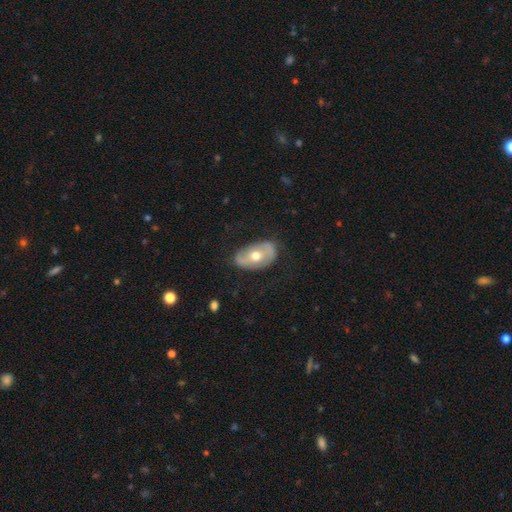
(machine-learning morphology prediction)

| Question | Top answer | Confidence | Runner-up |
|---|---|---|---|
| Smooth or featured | featured or disk | 57% | smooth (37%) |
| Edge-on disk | no | 90% | yes (10%) |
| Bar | no | 55% | weak (26%) |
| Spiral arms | yes | 50% | tied: no (50%) |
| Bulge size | moderate | 78% | small (16%) |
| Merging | none | 75% | minor disturbance (18%) |